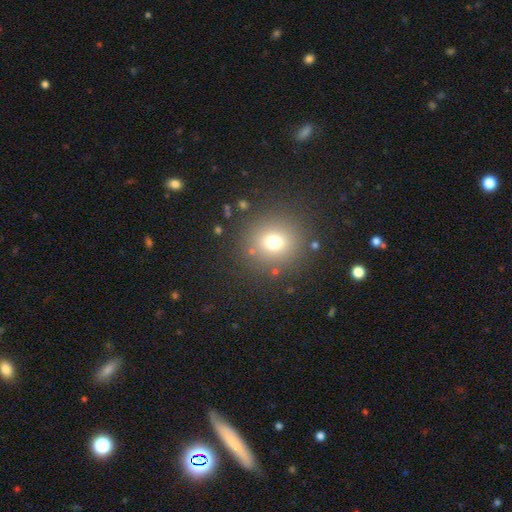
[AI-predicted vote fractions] Smooth or featured? Predicted: smooth (p=0.57). How rounded? Predicted: round (p=0.89). Merging? Predicted: none (p=0.88).